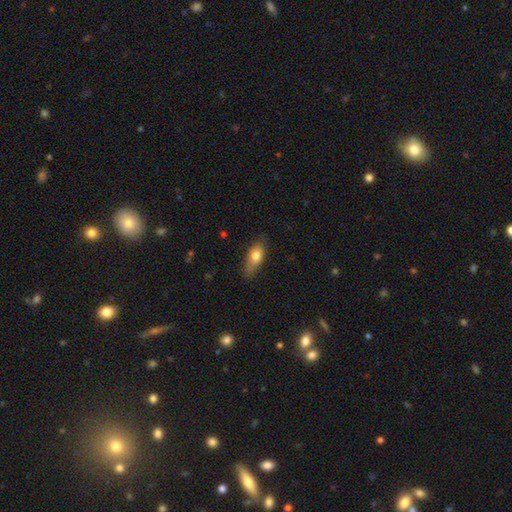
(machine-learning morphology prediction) Overall: smooth (74%). How rounded: in between (79%). Merging: none (72%).